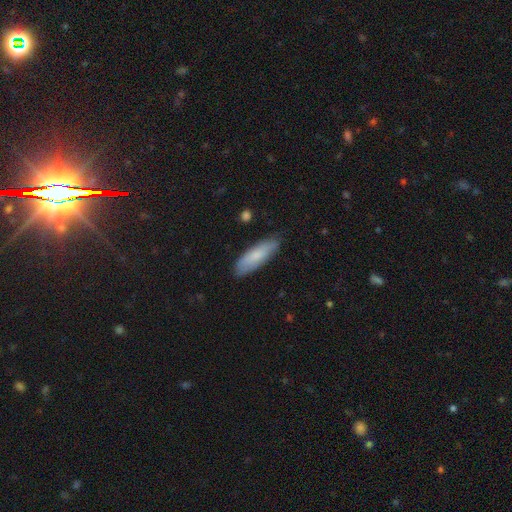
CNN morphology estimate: A smooth galaxy with no disk features (78%) that is cigar-shaped (51%). Merging: none (83%).